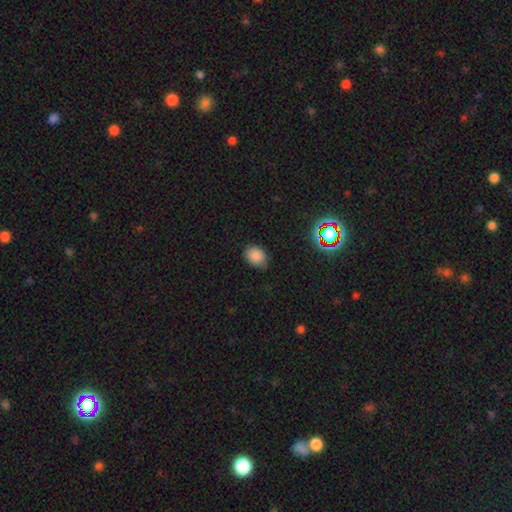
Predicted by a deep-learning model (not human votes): smooth 83%, star or artifact 13%, featured or disk 5%. Down the decision tree: how rounded — in between (51%); merging — none (76%).